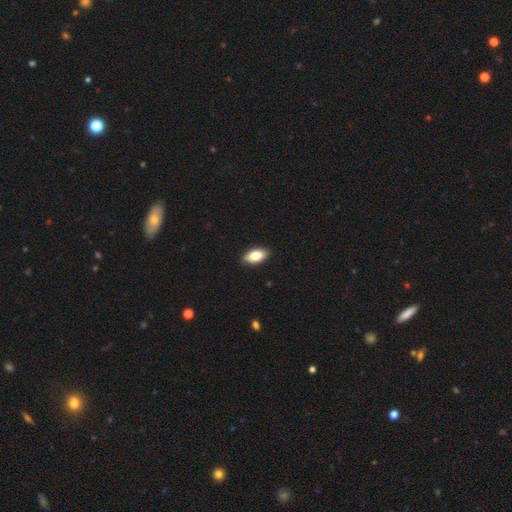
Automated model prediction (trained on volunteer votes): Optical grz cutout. It shows a smooth galaxy with no disk features (81%) that is in between round and cigar-shaped (91%). Merging: none (89%).